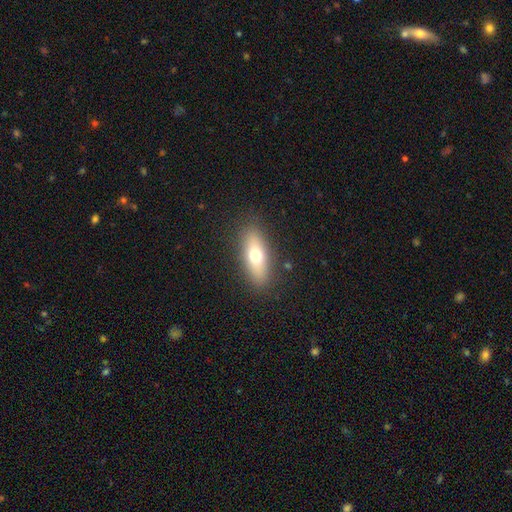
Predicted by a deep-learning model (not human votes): Overall: smooth (65%; featured or disk 26%). How rounded: in between (68%). Merging: none (86%).